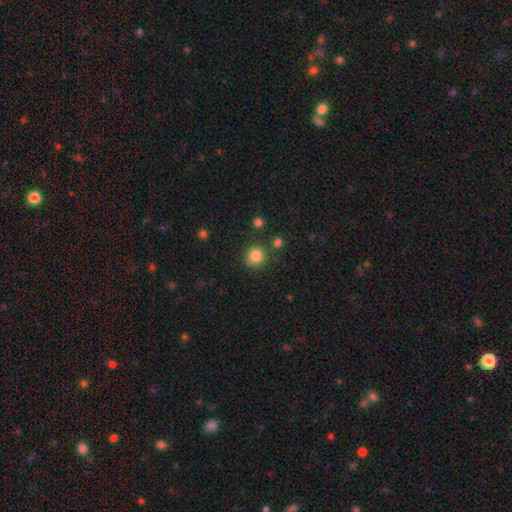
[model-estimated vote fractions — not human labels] smooth 84%, star or artifact 11%, featured or disk 5%. Down the decision tree: how rounded — round (89%); merging — none (81%).